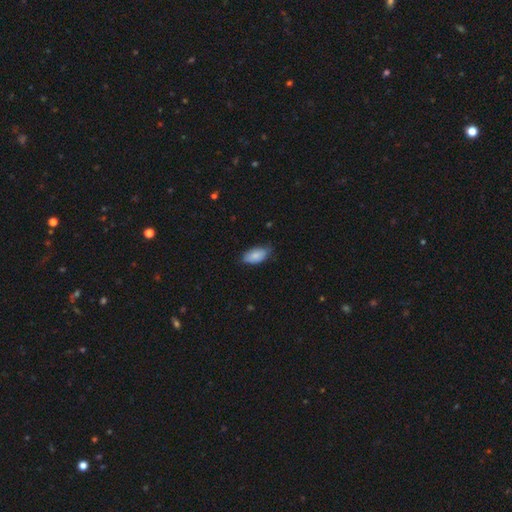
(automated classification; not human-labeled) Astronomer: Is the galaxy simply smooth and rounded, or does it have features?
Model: smooth — 84%.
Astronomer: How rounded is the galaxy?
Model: in between — 93%.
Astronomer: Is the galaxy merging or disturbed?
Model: none — 68%.